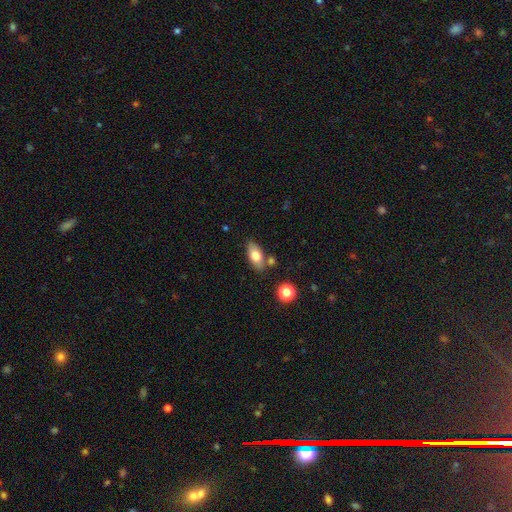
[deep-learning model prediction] Smooth or featured: smooth — 75% (featured or disk — 18%)
How rounded: in between — 86% (cigar-shaped — 9%)
Merging: none — 75% (minor disturbance — 13%)